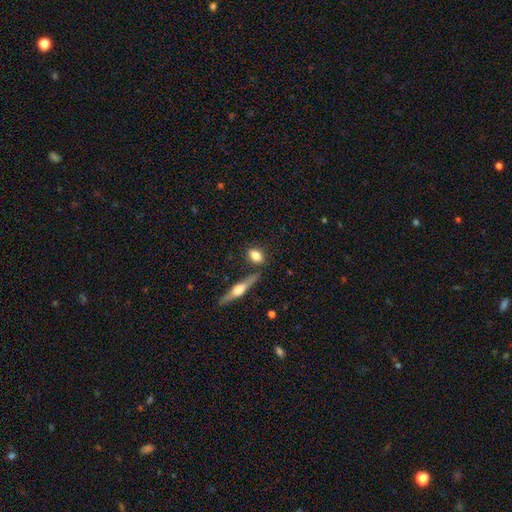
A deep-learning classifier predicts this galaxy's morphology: smooth 74%, featured or disk 19%, star or artifact 7%. Down the decision tree: how rounded — in between (72%); merging — none (73%).